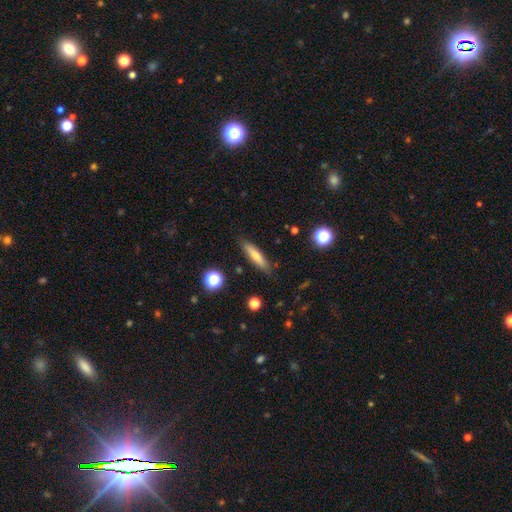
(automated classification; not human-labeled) Q: Smooth or featured?
A: smooth (64%); runner-up: featured or disk (29%)
Q: How rounded?
A: cigar-shaped (82%); runner-up: in between (16%)
Q: Merging?
A: none (86%); runner-up: minor disturbance (10%)